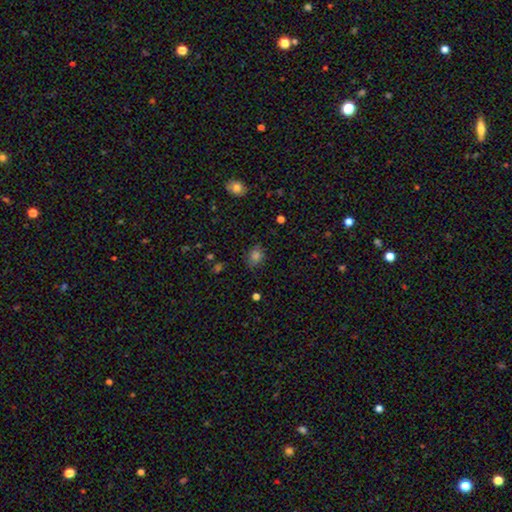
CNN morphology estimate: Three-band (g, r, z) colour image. It shows a smooth galaxy with no disk features (74%) that is in between round and cigar-shaped (54%). Merging: none (78%).